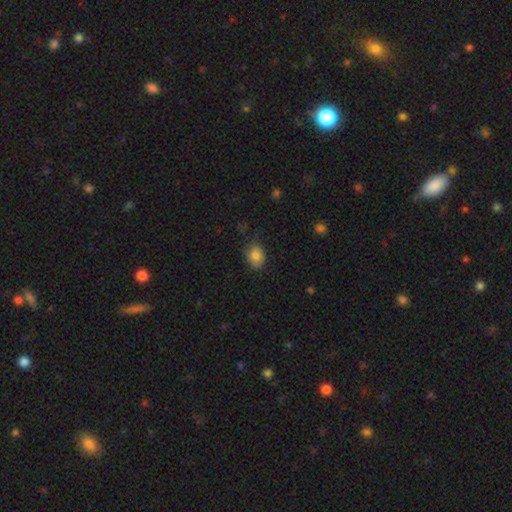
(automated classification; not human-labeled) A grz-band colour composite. It shows a smooth galaxy with no disk features (84%) that is in between round and cigar-shaped (58%). Merging: none (79%).